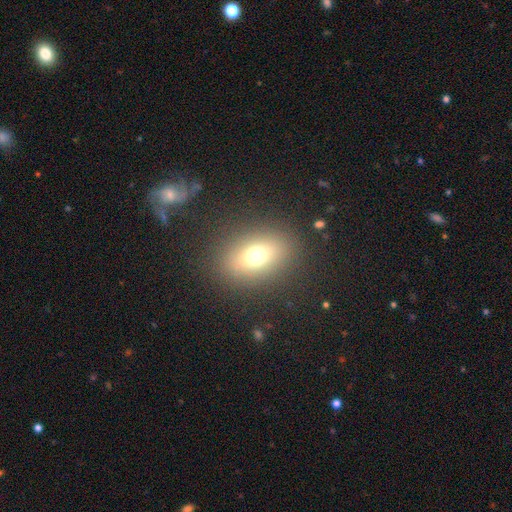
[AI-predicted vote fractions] smooth-or-featured: smooth: 70% | star or artifact: 16% | featured or disk: 15%
  how-rounded: in between: 67% | round: 31% | cigar-shaped: 2%
  merging: none: 86% | minor disturbance: 8% | major disturbance: 5% | merger: 1%